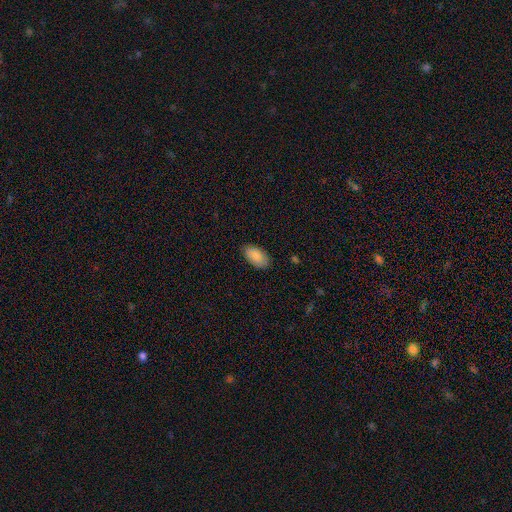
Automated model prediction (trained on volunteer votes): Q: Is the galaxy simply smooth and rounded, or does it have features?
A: smooth — 89%.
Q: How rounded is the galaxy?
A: in between — 95%.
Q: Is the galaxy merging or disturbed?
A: none — 84%.